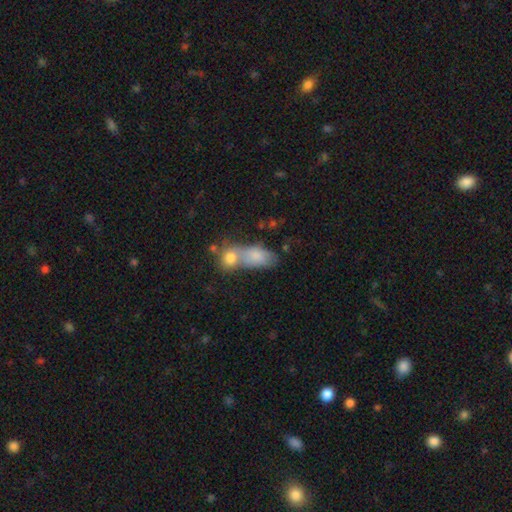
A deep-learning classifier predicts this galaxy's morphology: Overall: smooth (78%). How rounded: in between (85%). Merging: merger (57%; none 25%).